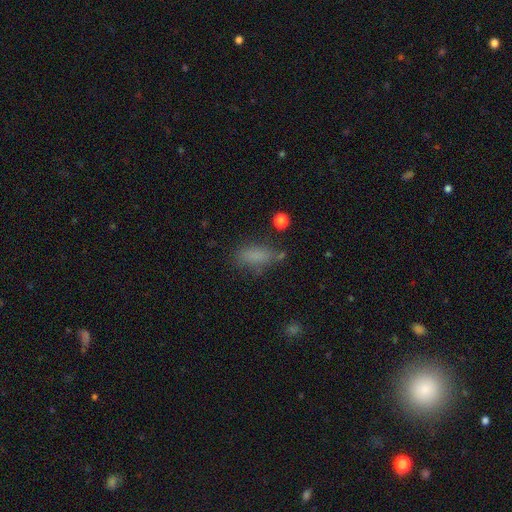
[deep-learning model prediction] Morphology: type=smooth (77%); roundness=in between (78%); merging=none (63%).